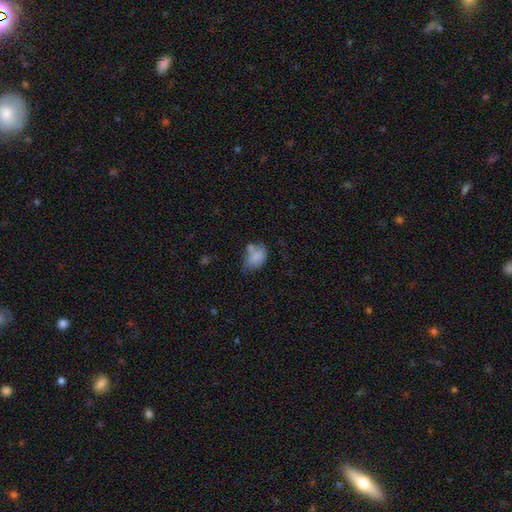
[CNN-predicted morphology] smooth_or_featured: smooth (p=0.77) [alt: featured or disk p=0.14]
how_rounded: in between (p=0.79) [alt: round p=0.20]
merging: none (p=0.40) [alt: minor disturbance p=0.27]